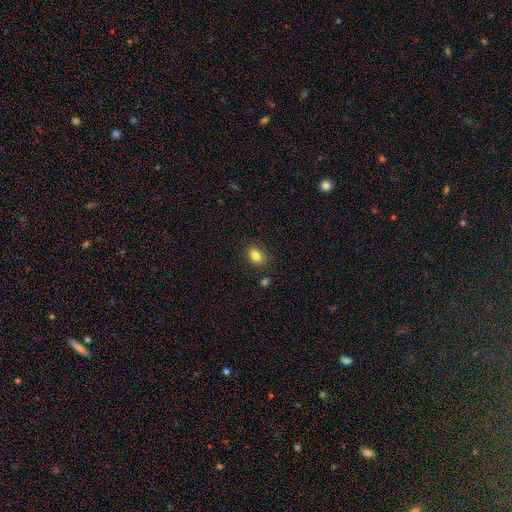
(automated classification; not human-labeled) Smooth or featured? smooth (84%)
How rounded? in between (72%)
Merging? none (83%)